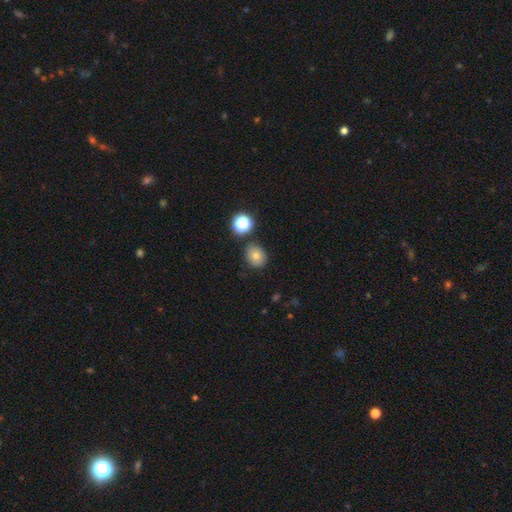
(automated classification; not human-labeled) Smooth or featured? Predicted: smooth (p=0.73). How rounded? Predicted: round (p=0.58). Merging? Predicted: none (p=0.81).